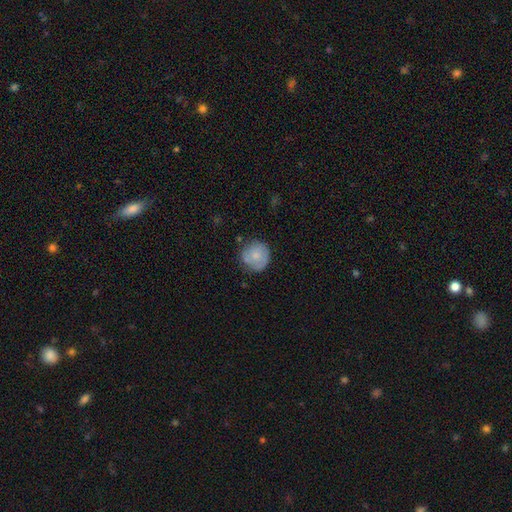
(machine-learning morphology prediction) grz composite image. It shows a smooth galaxy with no disk features (60%) that is round (91%). Merging: none (71%).